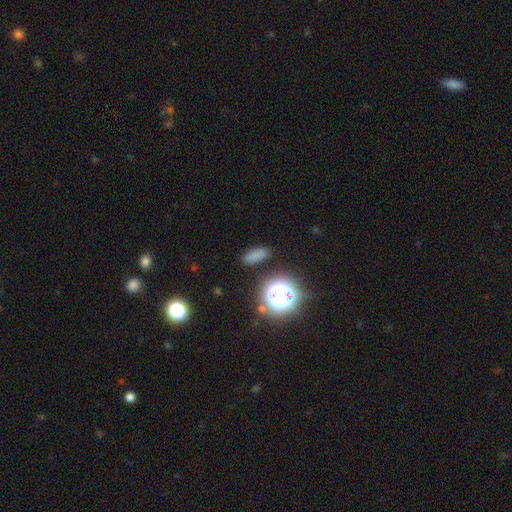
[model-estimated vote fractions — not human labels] This is likely a smooth galaxy (72%). How rounded: likely in between (64%). Merging: clearly none (83%).